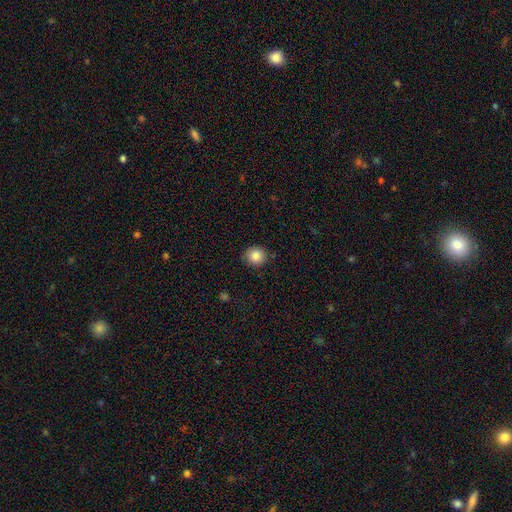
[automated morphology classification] This appears to be a smooth galaxy with no disk features (85%) that is round (88%). Merging: none (88%).